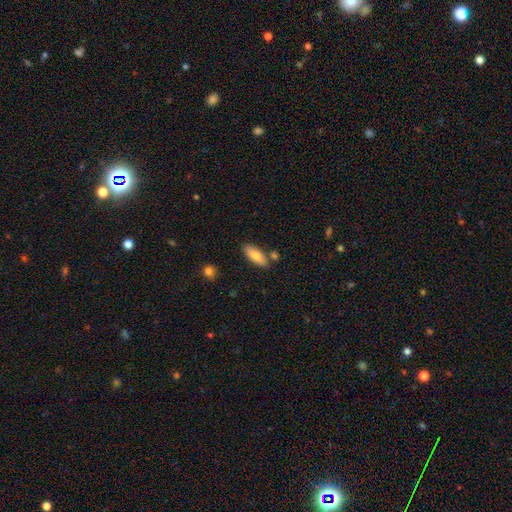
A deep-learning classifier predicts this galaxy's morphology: The model was most divided on "how rounded": in between: 76%, cigar-shaped: 22%, round: 2%. More confident: merging — none (79%); smooth or featured — smooth (79%).